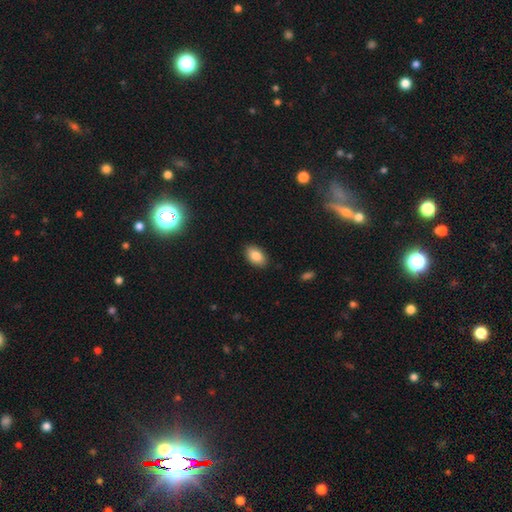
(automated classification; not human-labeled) The model was most divided on "smooth or featured": smooth: 85%, star or artifact: 8%, featured or disk: 7%. More confident: how rounded — in between (91%); merging — none (88%).